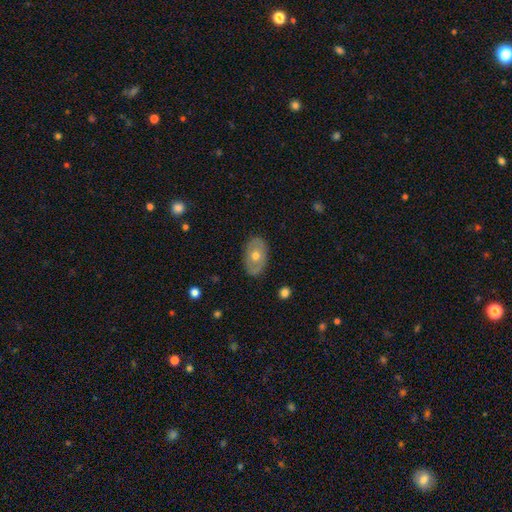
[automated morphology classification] Smooth or featured?
  - featured or disk: 48% *
  - smooth: 46%
  - star or artifact: 6%
Merging?
  - none: 84% *
  - minor disturbance: 12%
  - major disturbance: 3%
  - merger: 1%